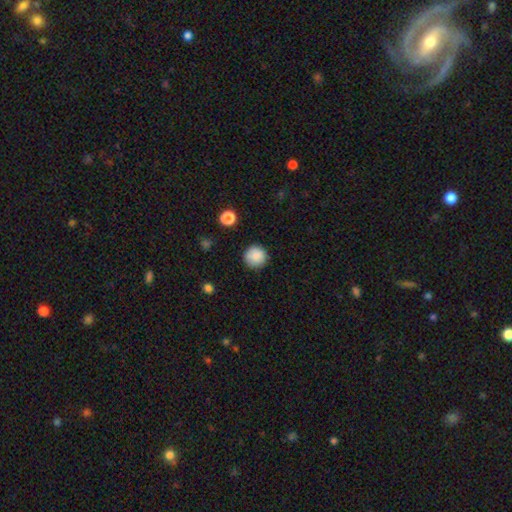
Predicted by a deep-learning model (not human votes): Smooth or featured?
  - smooth: 86% *
  - star or artifact: 9%
  - featured or disk: 5%
How rounded?
  - round: 95% *
  - in between: 4%
  - cigar-shaped: 1%
Merging?
  - none: 89% *
  - minor disturbance: 8%
  - major disturbance: 2%
  - merger: 1%